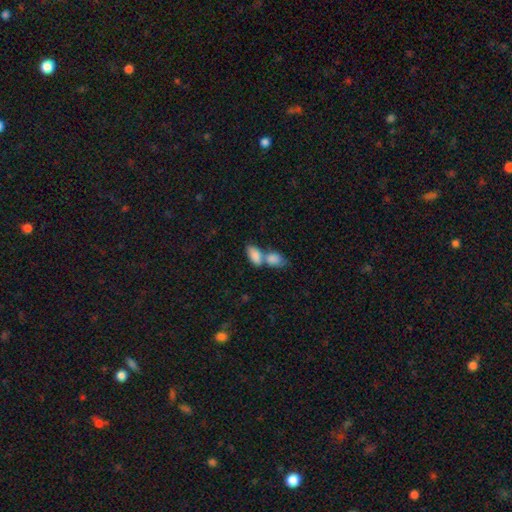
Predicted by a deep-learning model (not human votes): Smooth or featured: smooth — 85% (featured or disk — 9%)
How rounded: in between — 91% (round — 5%)
Merging: merger — 67% (none — 23%)